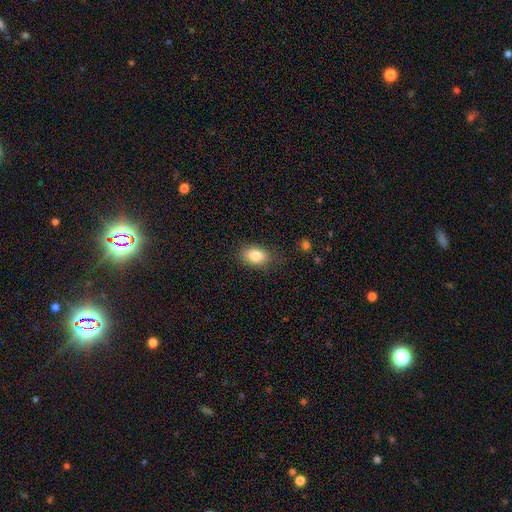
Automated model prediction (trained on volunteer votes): Smooth or featured?
  - smooth: 83% *
  - featured or disk: 8%
  - star or artifact: 8%
How rounded?
  - in between: 86% *
  - round: 12%
  - cigar-shaped: 2%
Merging?
  - none: 81% *
  - minor disturbance: 14%
  - major disturbance: 4%
  - merger: 1%